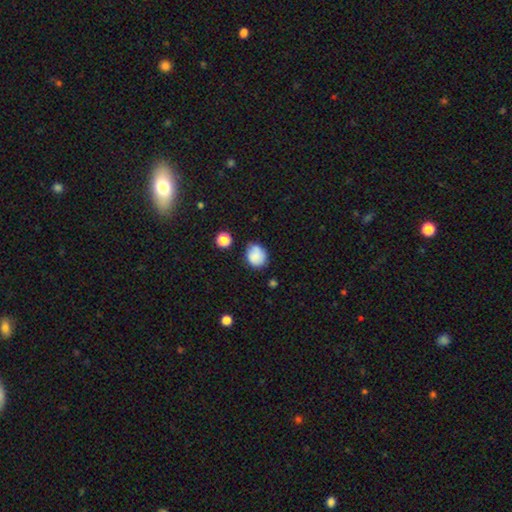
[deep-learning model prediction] A smooth galaxy with no disk features (81%) that is round (66%).

Vote fractions:
- Smooth or featured? smooth: 81% / featured or disk: 10% / star or artifact: 9%
- How rounded? round: 66% / in between: 33% / cigar-shaped: 1%
- Merging? none: 63% / minor disturbance: 25% / major disturbance: 6% / merger: 6%